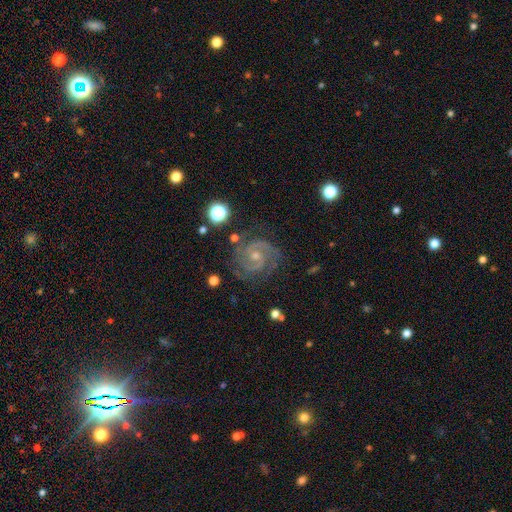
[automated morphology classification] Smooth or featured: featured or disk — 90% (star or artifact — 6%)
Edge-on disk: no — 98% (yes — 2%)
Bar: no — 58% (weak — 34%)
Spiral arms: yes — 98% (no — 2%)
Spiral winding: tight — 56% (medium — 39%)
Spiral arm count: 2 — 72% (3 — 15%)
Bulge size: small — 59% (moderate — 37%)
Merging: none — 76% (minor disturbance — 16%)